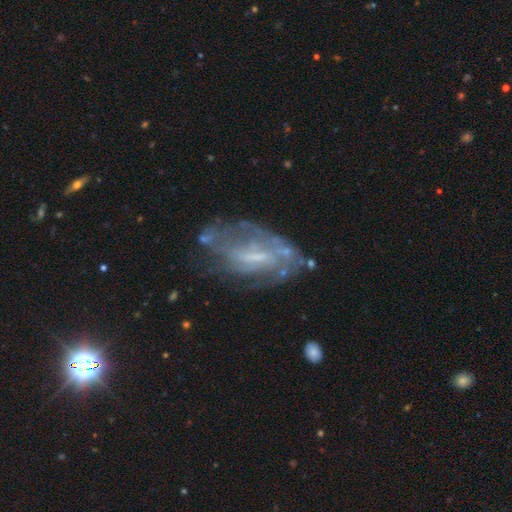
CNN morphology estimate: smooth_or_featured: featured or disk (p=0.72) [alt: smooth p=0.18]
disk_edge_on: no (p=0.92) [alt: yes p=0.08]
bar: weak (p=0.47) [alt: no p=0.34]
has_spiral_arms: yes (p=0.60) [alt: no p=0.40]
bulge_size: small (p=0.47) [alt: none p=0.25]
merging: none (p=0.51) [alt: minor disturbance p=0.24]